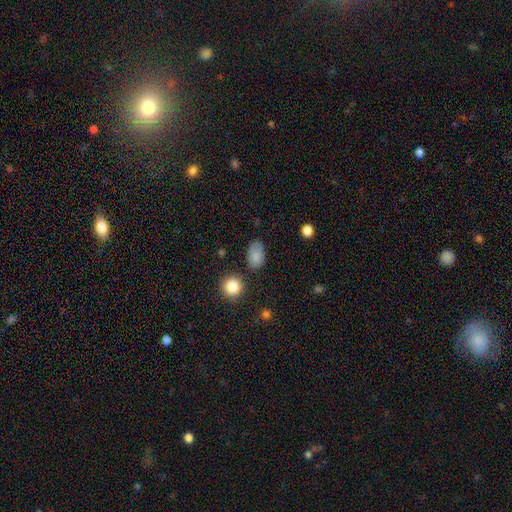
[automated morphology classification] Q: Smooth or featured?
A: smooth (84%); runner-up: star or artifact (9%)
Q: How rounded?
A: in between (86%); runner-up: round (12%)
Q: Merging?
A: none (69%); runner-up: minor disturbance (22%)